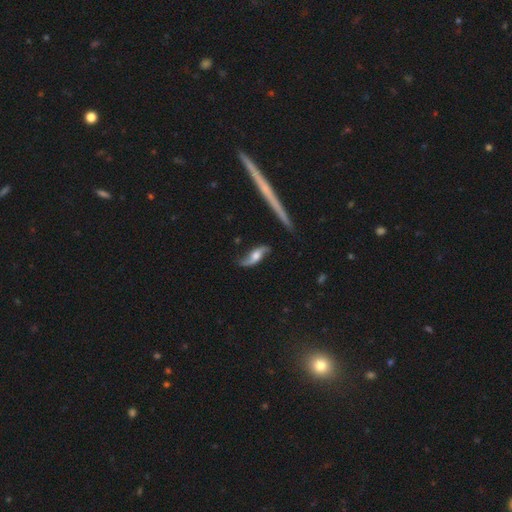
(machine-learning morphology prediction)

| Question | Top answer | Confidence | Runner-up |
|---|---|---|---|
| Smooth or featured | featured or disk | 78% | smooth (16%) |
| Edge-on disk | no | 82% | yes (18%) |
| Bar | no | 60% | weak (30%) |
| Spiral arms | yes | 94% | no (6%) |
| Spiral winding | loose | 87% | medium (10%) |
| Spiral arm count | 2 | 93% | can't tell (2%) |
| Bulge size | moderate | 52% | large (21%) |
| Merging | none | 70% | minor disturbance (19%) |